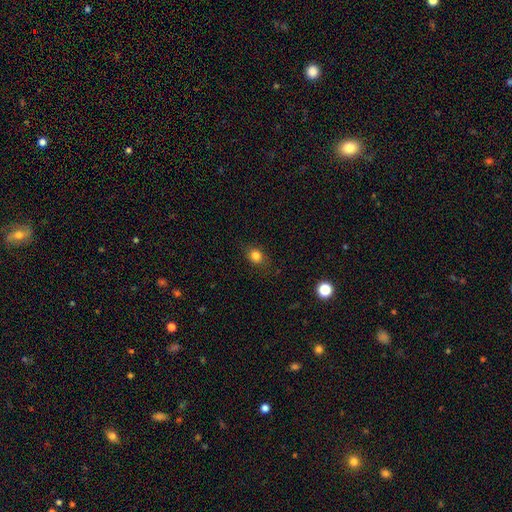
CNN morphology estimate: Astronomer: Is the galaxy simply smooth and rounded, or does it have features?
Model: smooth — 82%.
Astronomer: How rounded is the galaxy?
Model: round — 61% (runner-up: in between, 38%).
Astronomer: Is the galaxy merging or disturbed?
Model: none — 81%.